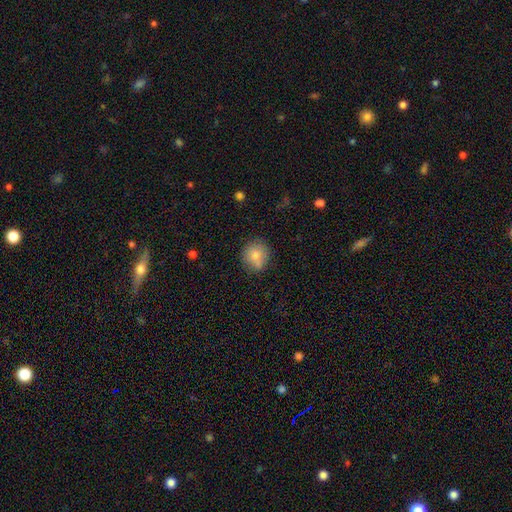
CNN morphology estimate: Q: Smooth or featured?
A: smooth (77%); runner-up: featured or disk (14%)
Q: How rounded?
A: round (86%); runner-up: in between (12%)
Q: Merging?
A: none (69%); runner-up: minor disturbance (18%)